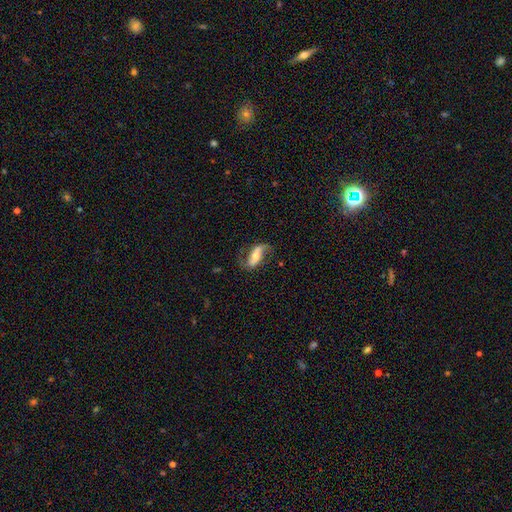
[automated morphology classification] A featured or disk galaxy (71%) with a strong bar (41%), 2 (87%) loose (64%) spiral arms (88%) and a moderate central bulge (56%). Merging: none (69%).